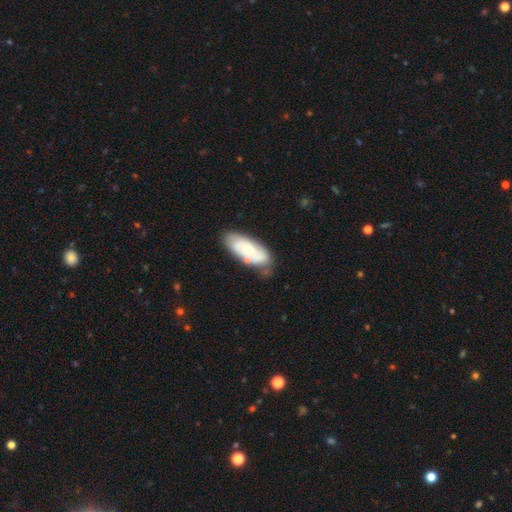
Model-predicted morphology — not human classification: smooth-or-featured: smooth: 54% | featured or disk: 40% | star or artifact: 6%
  how-rounded: in between: 84% | cigar-shaped: 14% | round: 2%
  merging: none: 59% | minor disturbance: 24% | merger: 11% | major disturbance: 7%